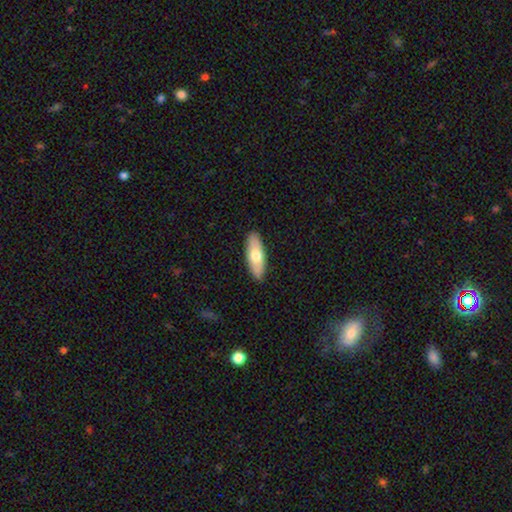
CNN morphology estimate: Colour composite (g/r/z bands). It shows a smooth galaxy with no disk features (68%) that is in between round and cigar-shaped (66%). Merging: none (90%).